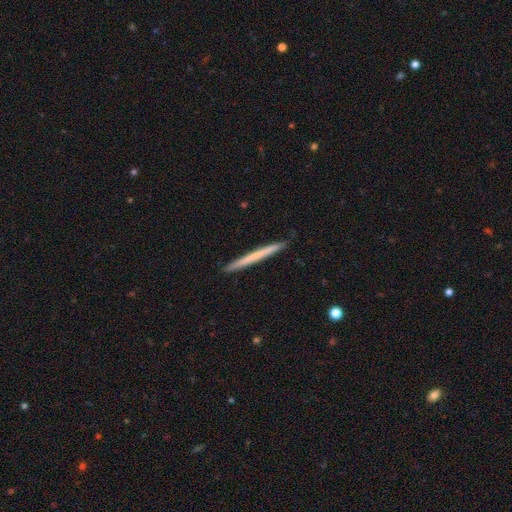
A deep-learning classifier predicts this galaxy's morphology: Smooth or featured? Predicted: smooth (p=0.56). How rounded? Predicted: cigar-shaped (p=0.98). Merging? Predicted: none (p=0.92).